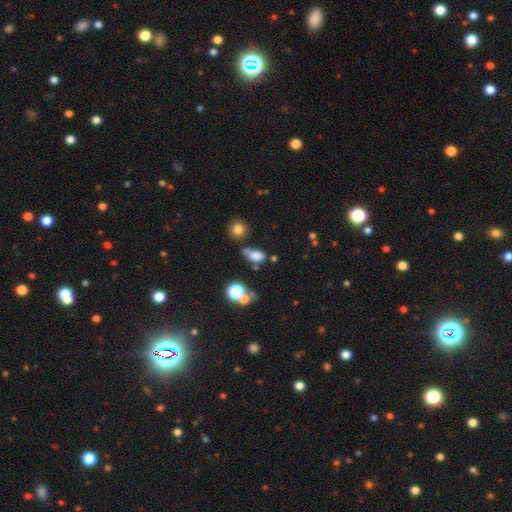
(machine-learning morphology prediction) This appears to be a smooth galaxy with no disk features (72%) that is in between round and cigar-shaped (79%). Merging: none (43%).